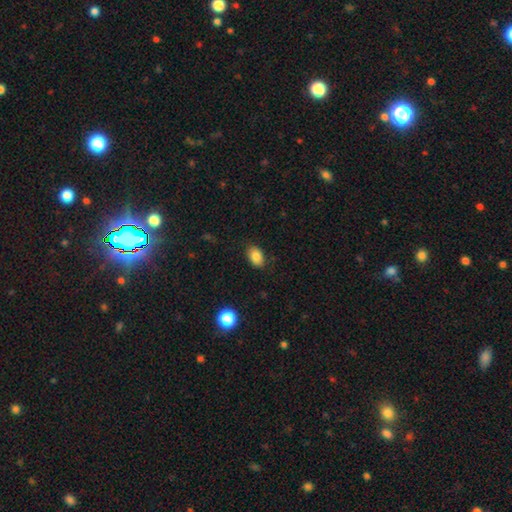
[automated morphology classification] Smooth or featured?
  - smooth: 84% *
  - star or artifact: 9%
  - featured or disk: 7%
How rounded?
  - in between: 87% *
  - round: 12%
  - cigar-shaped: 1%
Merging?
  - none: 86% *
  - minor disturbance: 11%
  - major disturbance: 3%
  - merger: 1%